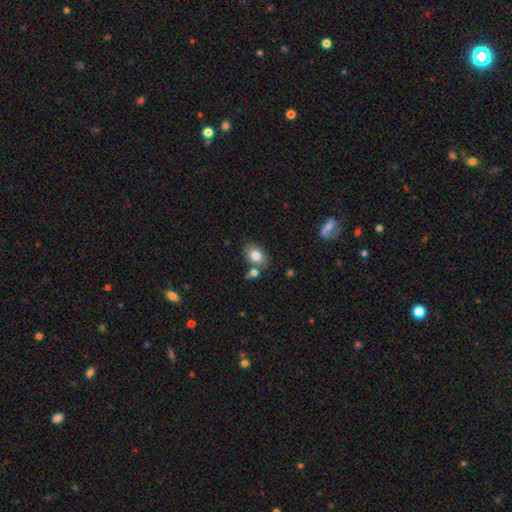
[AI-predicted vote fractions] smooth-or-featured: smooth: 80% | featured or disk: 12% | star or artifact: 8%
  how-rounded: in between: 77% | round: 22% | cigar-shaped: 1%
  merging: none: 68% | merger: 15% | minor disturbance: 14% | major disturbance: 3%